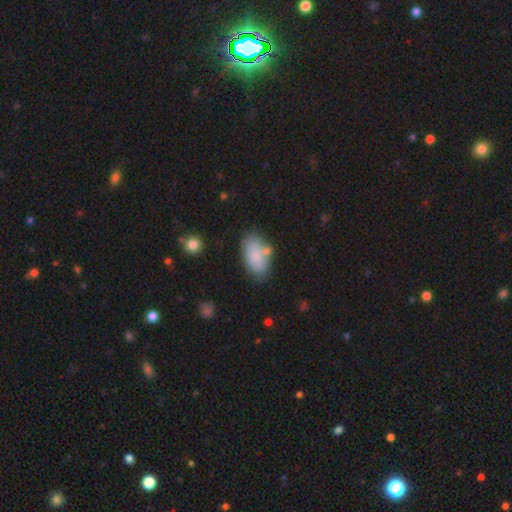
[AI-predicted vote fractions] smooth_or_featured: smooth (p=0.81) [alt: featured or disk p=0.12]
how_rounded: in between (p=0.93) [alt: round p=0.04]
merging: none (p=0.67) [alt: minor disturbance p=0.17]